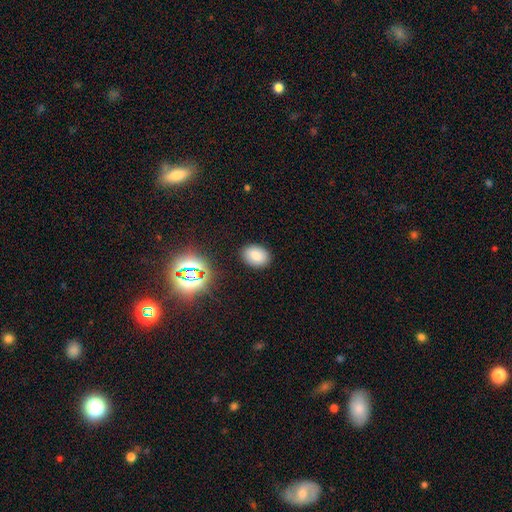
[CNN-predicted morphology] Smooth or featured: smooth — 77% (star or artifact — 14%)
How rounded: in between — 71% (round — 28%)
Merging: none — 88% (minor disturbance — 8%)